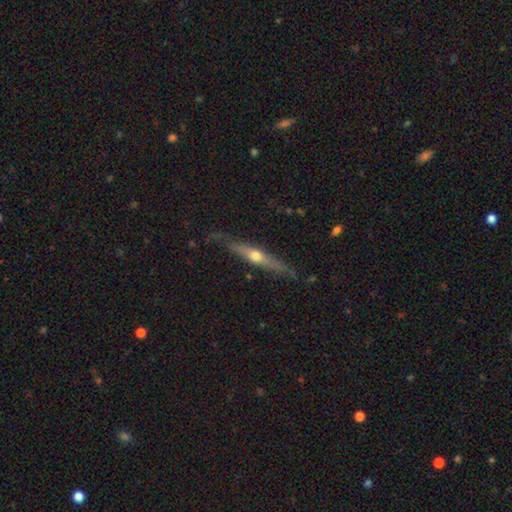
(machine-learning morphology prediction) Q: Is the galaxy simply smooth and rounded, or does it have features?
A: featured or disk — 67%.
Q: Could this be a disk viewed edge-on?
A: yes — 91%.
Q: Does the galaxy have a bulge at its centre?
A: rounded — 86%.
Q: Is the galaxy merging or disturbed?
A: none — 75%.